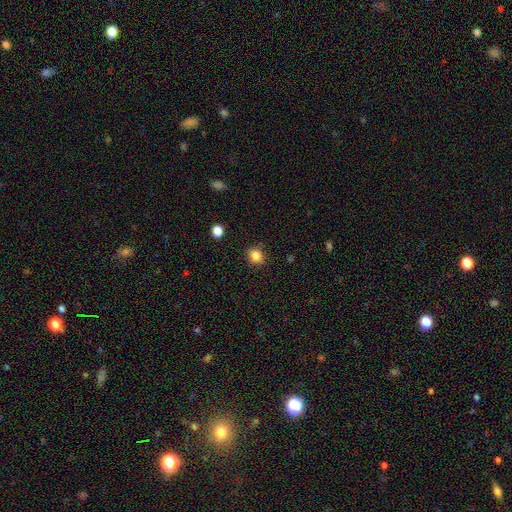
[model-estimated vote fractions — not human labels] smooth_or_featured: smooth (p=0.84) [alt: star or artifact p=0.12]
how_rounded: round (p=0.72) [alt: in between p=0.27]
merging: none (p=0.86) [alt: minor disturbance p=0.10]